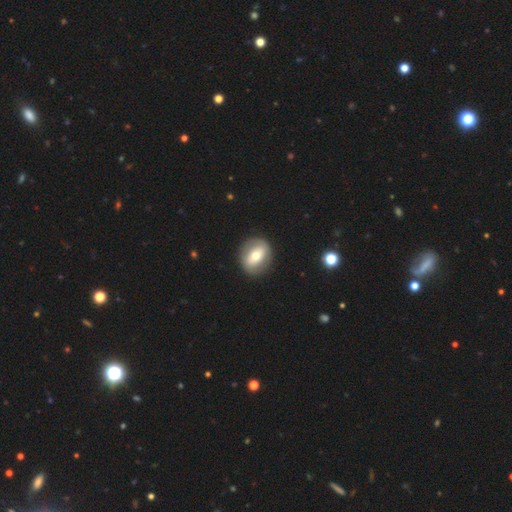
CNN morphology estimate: Q: Smooth or featured?
A: smooth (53%); runner-up: featured or disk (40%)
Q: How rounded?
A: round (57%); runner-up: in between (41%)
Q: Merging?
A: none (86%); runner-up: minor disturbance (9%)